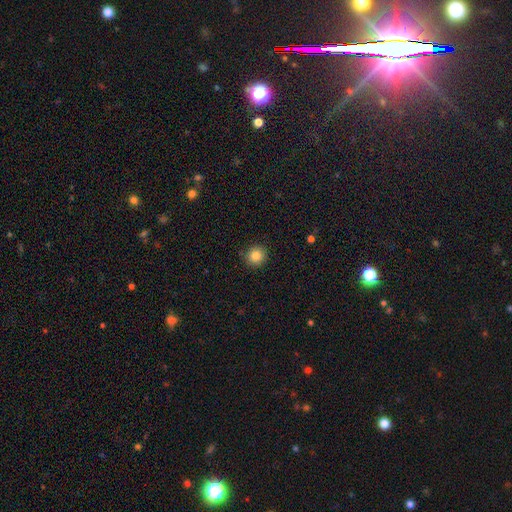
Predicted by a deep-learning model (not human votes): smooth_or_featured: smooth (p=0.84) [alt: star or artifact p=0.10]
how_rounded: round (p=0.91) [alt: in between p=0.08]
merging: none (p=0.91) [alt: minor disturbance p=0.06]